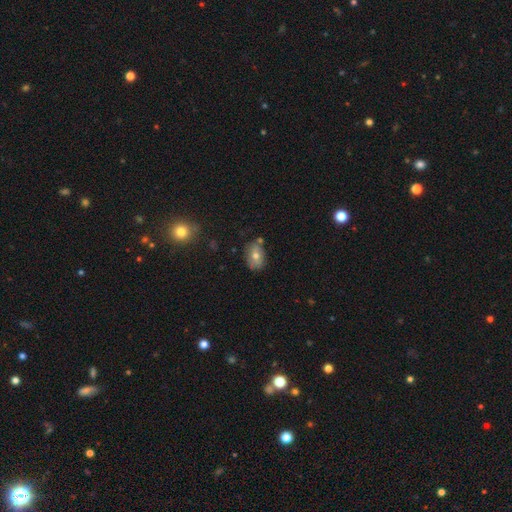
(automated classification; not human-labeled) This appears to be a smooth galaxy with no disk features (67%) that is in between round and cigar-shaped (77%). Merging: none (71%).